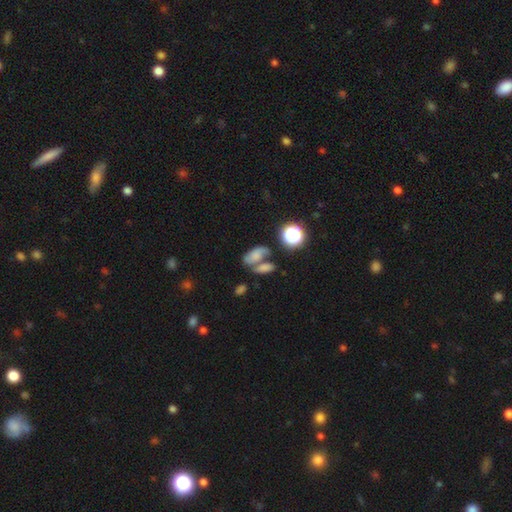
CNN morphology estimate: The model was most divided on "merging": merger: 45%, none: 31%, minor disturbance: 14%, major disturbance: 10%. More confident: how rounded — in between (81%); smooth or featured — smooth (61%).